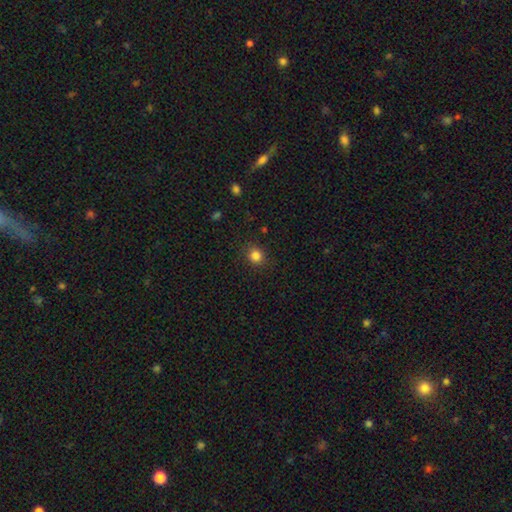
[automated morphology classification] type=smooth (83%); roundness=round (81%); merging=none (88%).